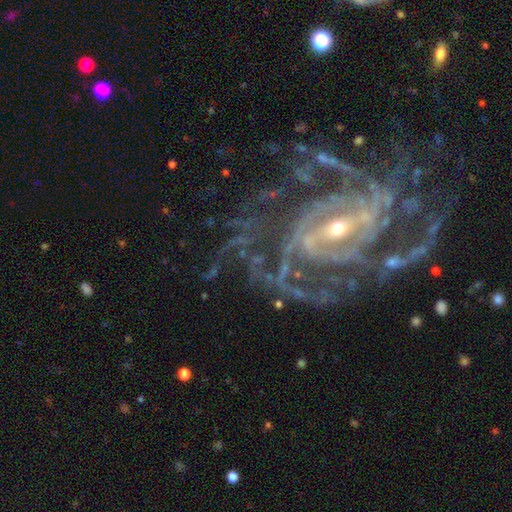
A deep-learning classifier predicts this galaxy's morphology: smooth_or_featured: featured or disk (p=0.91) [alt: star or artifact p=0.06]
disk_edge_on: no (p=0.97) [alt: yes p=0.03]
bar: strong (p=0.40) [tied with: weak p=0.40]
has_spiral_arms: yes (p=0.98) [alt: no p=0.02]
spiral_winding: tight (p=0.61) [alt: medium p=0.32]
spiral_arm_count: can't tell (p=0.22) [alt: 4 p=0.20]
bulge_size: small (p=0.65) [alt: moderate p=0.31]
merging: none (p=0.69) [alt: minor disturbance p=0.16]